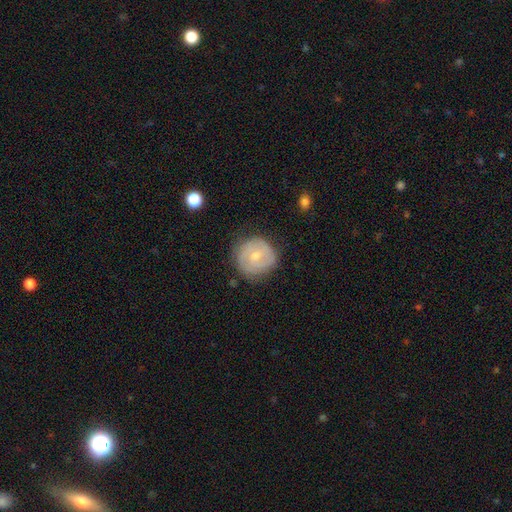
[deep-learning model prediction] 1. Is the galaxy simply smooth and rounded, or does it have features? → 63% featured or disk, 31% smooth, 6% star or artifact.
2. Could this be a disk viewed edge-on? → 98% no, 2% yes.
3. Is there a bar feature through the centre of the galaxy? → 51% no, 42% weak, 7% strong.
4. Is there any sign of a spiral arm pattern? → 85% yes, 15% no.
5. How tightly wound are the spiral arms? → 61% tight, 31% medium, 9% loose.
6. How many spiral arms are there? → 53% 2, 25% can't tell, 12% 3, 5% 1, 3% 4, 2% more than 4.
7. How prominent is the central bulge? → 50% small, 46% moderate, 2% none, 1% large, 1% dominant.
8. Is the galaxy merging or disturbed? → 77% none, 17% minor disturbance, 5% major disturbance, 1% merger.